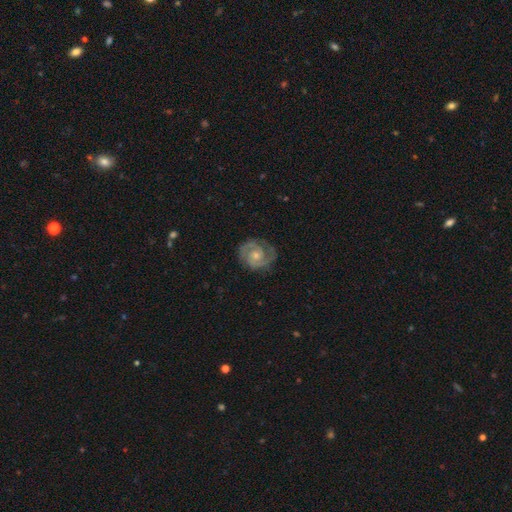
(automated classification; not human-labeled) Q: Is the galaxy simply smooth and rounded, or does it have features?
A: featured or disk — 88%.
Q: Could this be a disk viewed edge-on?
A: no — 98%.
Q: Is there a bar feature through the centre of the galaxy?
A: no — 66%.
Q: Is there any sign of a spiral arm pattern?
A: yes — 98%.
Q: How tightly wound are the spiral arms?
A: tight — 56%.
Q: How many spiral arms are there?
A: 2 — 88%.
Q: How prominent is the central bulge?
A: moderate — 48%.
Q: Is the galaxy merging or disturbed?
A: none — 80%.